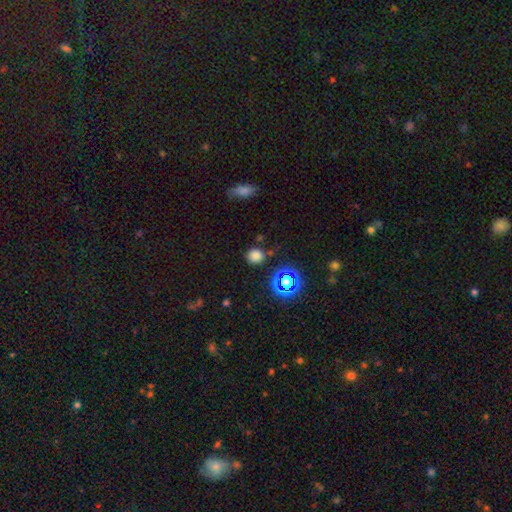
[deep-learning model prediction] Morphology: type=smooth (76%); roundness=round (83%); merging=none (82%).